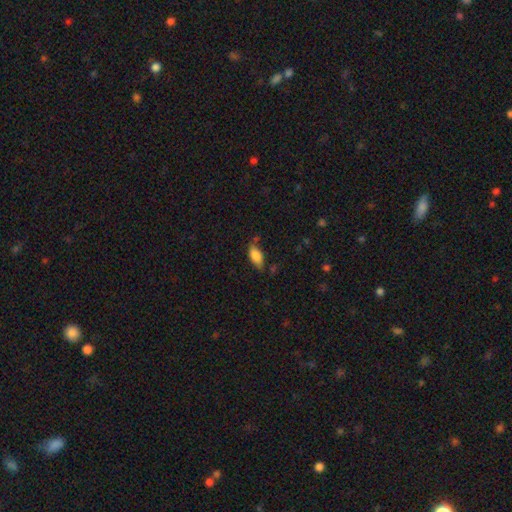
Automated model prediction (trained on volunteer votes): A smooth galaxy with no disk features (79%) that is in between round and cigar-shaped (86%).

Vote fractions:
- Smooth or featured? smooth: 79% / featured or disk: 13% / star or artifact: 7%
- How rounded? in between: 86% / cigar-shaped: 10% / round: 3%
- Merging? none: 67% / minor disturbance: 23% / major disturbance: 6% / merger: 4%